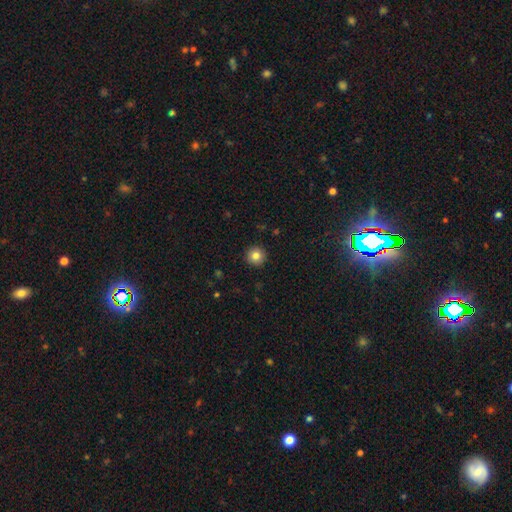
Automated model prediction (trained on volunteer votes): Smooth or featured: smooth — 83% (star or artifact — 10%)
How rounded: round — 96% (in between — 3%)
Merging: none — 93% (minor disturbance — 5%)